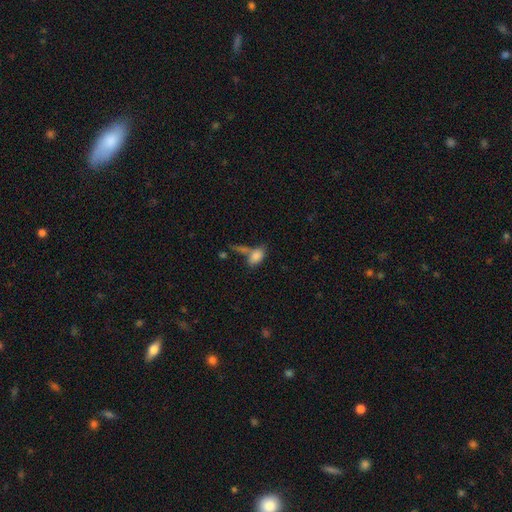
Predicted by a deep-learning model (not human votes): Smooth or featured? Predicted: smooth (p=0.81). How rounded? Predicted: in between (p=0.89). Merging? Predicted: none (p=0.41).